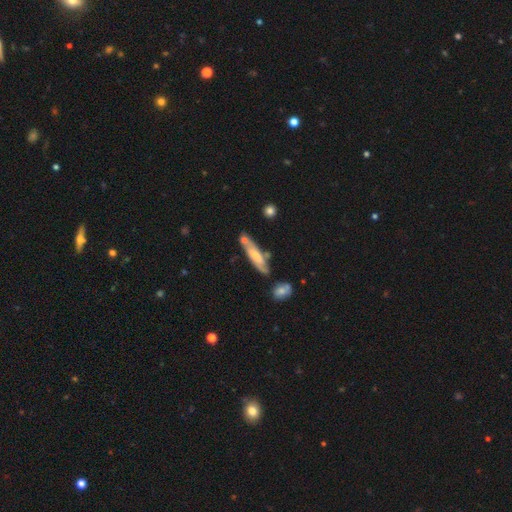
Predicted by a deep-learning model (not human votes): This is possibly a smooth galaxy (51%). How rounded: likely cigar-shaped (75%). Merging: possibly none (58%).